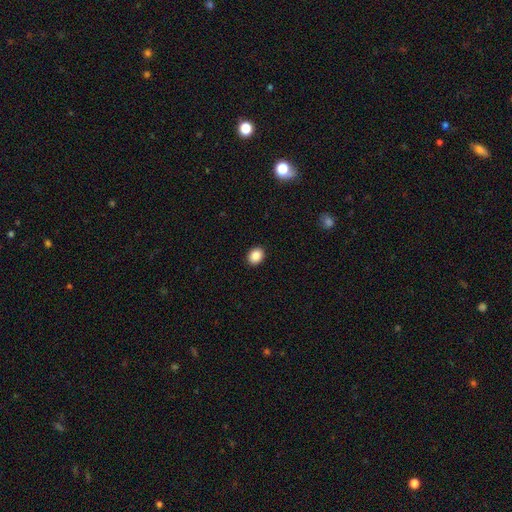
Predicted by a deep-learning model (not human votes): This is clearly a smooth galaxy (88%). How rounded: possibly round (50%). Merging: clearly none (91%).